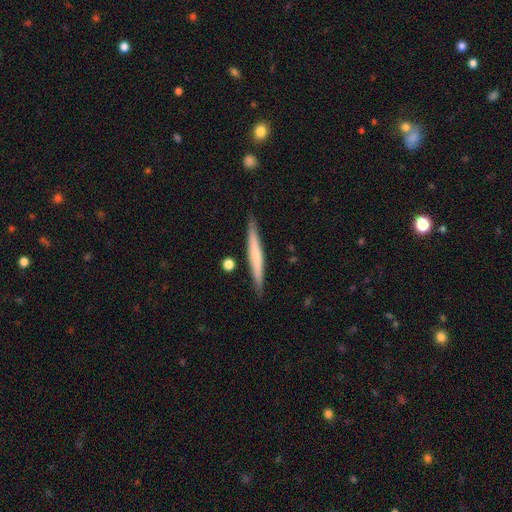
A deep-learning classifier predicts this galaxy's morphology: Smooth or featured?
  - smooth: 50% *
  - featured or disk: 45%
  - star or artifact: 6%
Merging?
  - none: 88% *
  - minor disturbance: 8%
  - merger: 2%
  - major disturbance: 2%